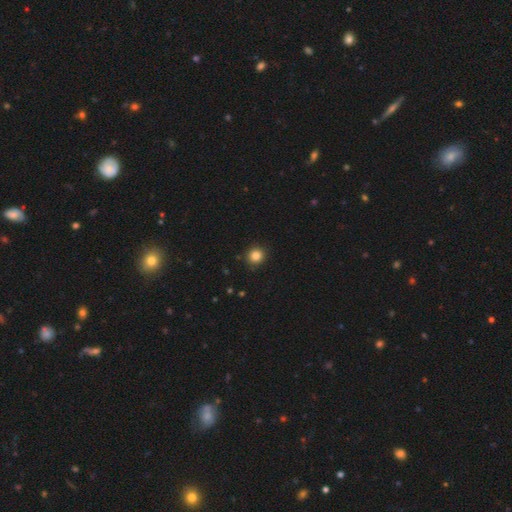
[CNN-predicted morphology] Smooth or featured? Predicted: smooth (p=0.85). How rounded? Predicted: round (p=0.92). Merging? Predicted: none (p=0.90).